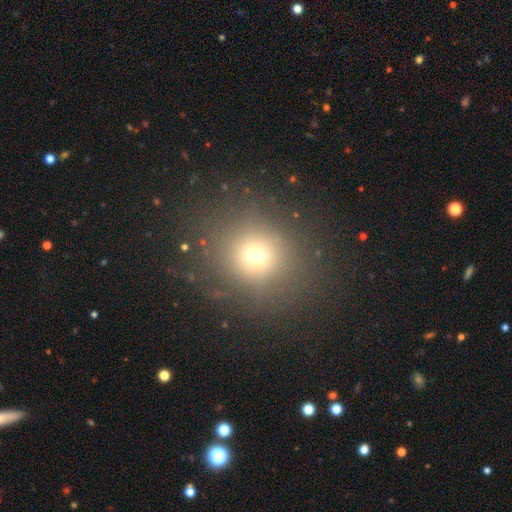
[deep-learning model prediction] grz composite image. It shows a smooth galaxy with no disk features (66%) that is round (87%). Merging: none (81%).